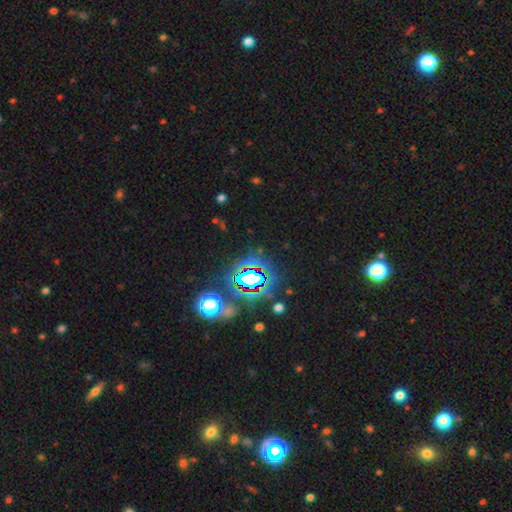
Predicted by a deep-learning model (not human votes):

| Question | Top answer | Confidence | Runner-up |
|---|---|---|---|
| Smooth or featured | star or artifact | 80% | smooth (12%) |